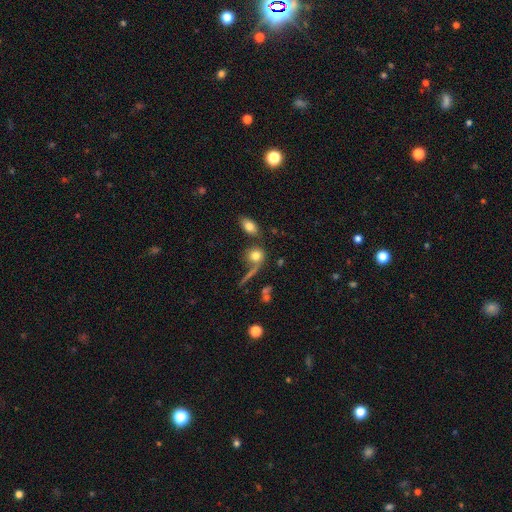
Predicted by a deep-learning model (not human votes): Q: Smooth or featured?
A: smooth (75%); runner-up: featured or disk (14%)
Q: How rounded?
A: round (69%); runner-up: in between (27%)
Q: Merging?
A: none (56%); runner-up: merger (22%)